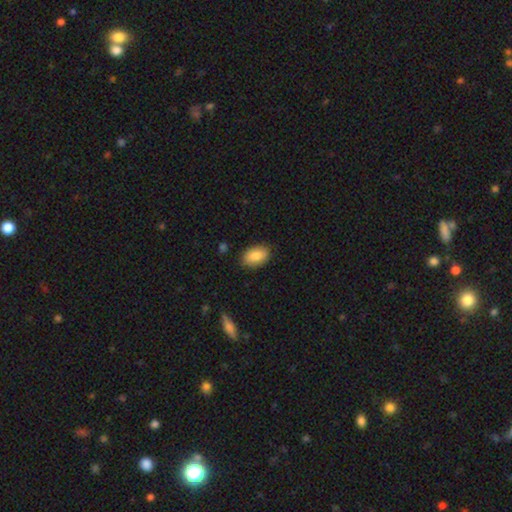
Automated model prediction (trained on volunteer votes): Q: Smooth or featured?
A: smooth (84%); runner-up: featured or disk (10%)
Q: How rounded?
A: in between (90%); runner-up: round (8%)
Q: Merging?
A: none (85%); runner-up: minor disturbance (12%)